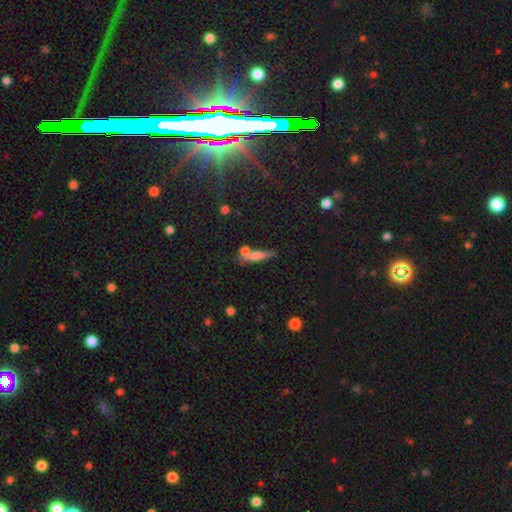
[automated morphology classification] type=smooth (62%); roundness=cigar-shaped (73%); merging=none (52%).